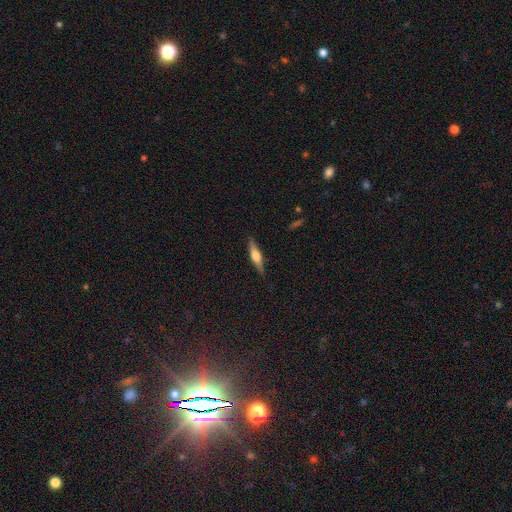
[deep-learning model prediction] Smooth or featured?
  - featured or disk: 57% *
  - smooth: 37%
  - star or artifact: 6%
Edge-on disk?
  - yes: 96% *
  - no: 4%
Edge-on bulge?
  - rounded: 87% *
  - boxy: 9%
  - none: 4%
Merging?
  - none: 87% *
  - minor disturbance: 10%
  - major disturbance: 2%
  - merger: 1%